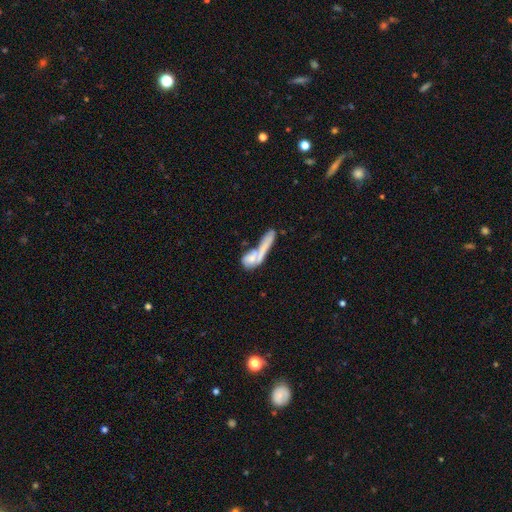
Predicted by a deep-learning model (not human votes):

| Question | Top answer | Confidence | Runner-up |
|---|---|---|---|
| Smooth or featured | smooth | 58% | featured or disk (32%) |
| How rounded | cigar-shaped | 59% | in between (29%) |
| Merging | merger | 48% | none (29%) |